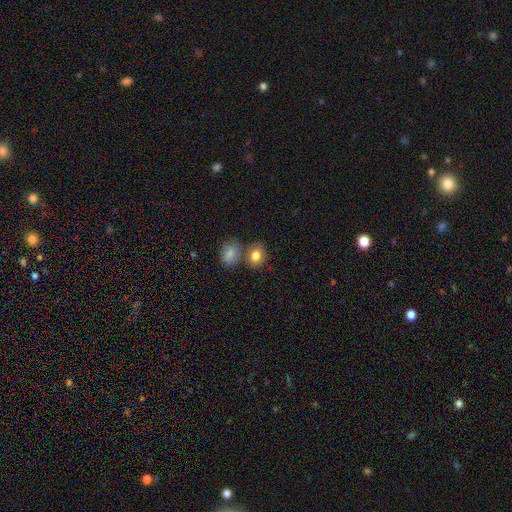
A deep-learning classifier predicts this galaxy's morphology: Smooth or featured? Predicted: smooth (p=0.82). How rounded? Predicted: in between (p=0.52). Merging? Predicted: none (p=0.60).